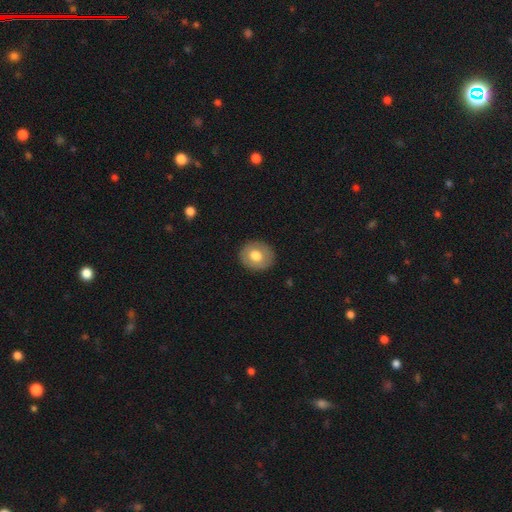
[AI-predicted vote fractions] Morphology: type=smooth (69%); roundness=round (73%); merging=none (88%).